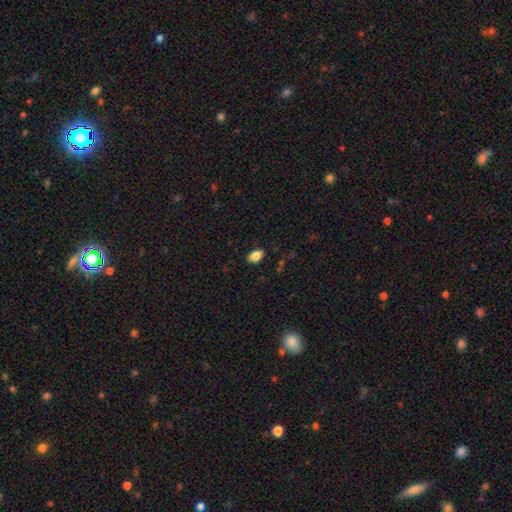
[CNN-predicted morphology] Smooth or featured: smooth — 86% (star or artifact — 9%)
How rounded: in between — 87% (round — 12%)
Merging: none — 87% (minor disturbance — 10%)